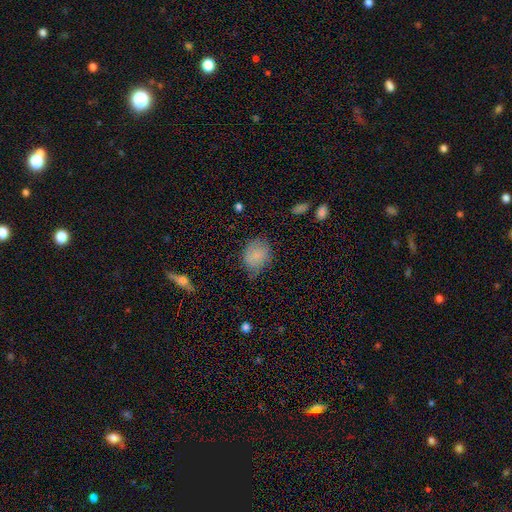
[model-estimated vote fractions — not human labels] A smooth galaxy with no disk features (81%) that is in between round and cigar-shaped (50%). Merging: none (62%).